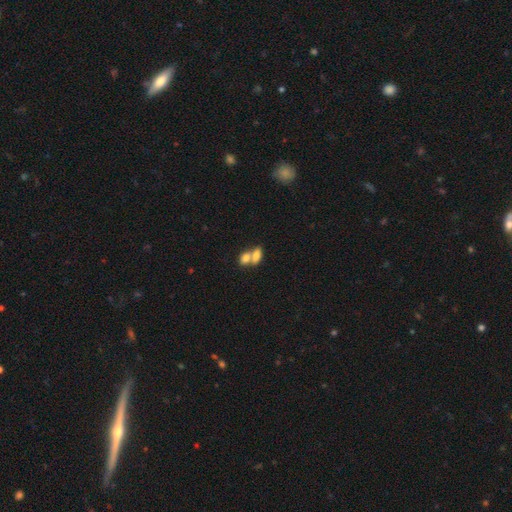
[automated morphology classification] This is likely a smooth galaxy (77%). How rounded: clearly in between (85%). Merging: likely merger (67%).